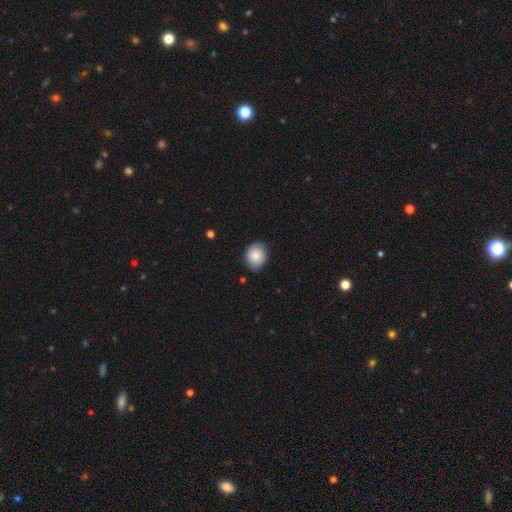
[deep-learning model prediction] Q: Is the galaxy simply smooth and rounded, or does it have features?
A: smooth — 85%.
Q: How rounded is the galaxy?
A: round — 59%.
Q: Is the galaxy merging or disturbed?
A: none — 83%.